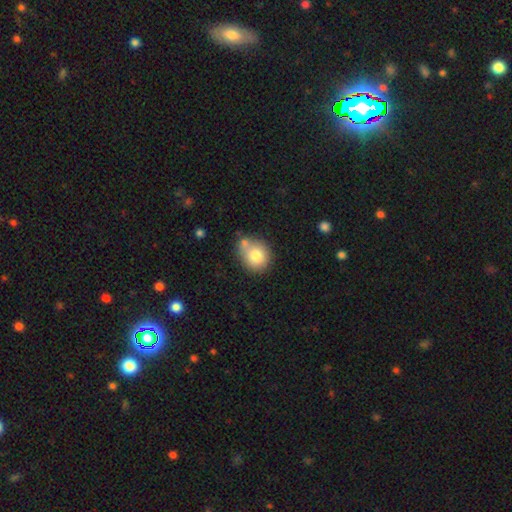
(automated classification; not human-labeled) Smooth or featured?
  - smooth: 77% *
  - featured or disk: 13%
  - star or artifact: 10%
How rounded?
  - round: 73% *
  - in between: 26%
  - cigar-shaped: 1%
Merging?
  - none: 51% *
  - merger: 26%
  - minor disturbance: 18%
  - major disturbance: 5%